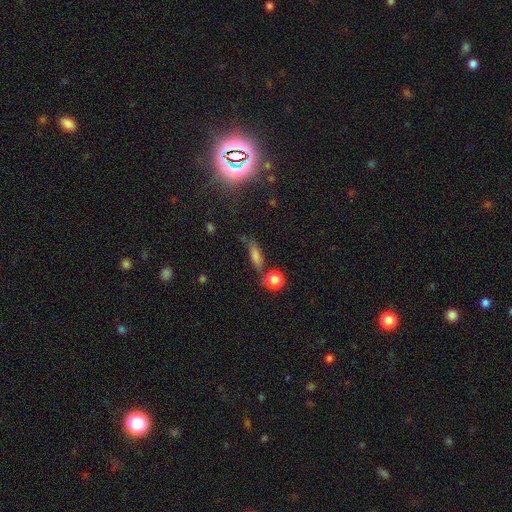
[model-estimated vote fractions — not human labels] Smooth or featured? Predicted: smooth (p=0.53). How rounded? Predicted: cigar-shaped (p=0.45). Merging? Predicted: none (p=0.64).